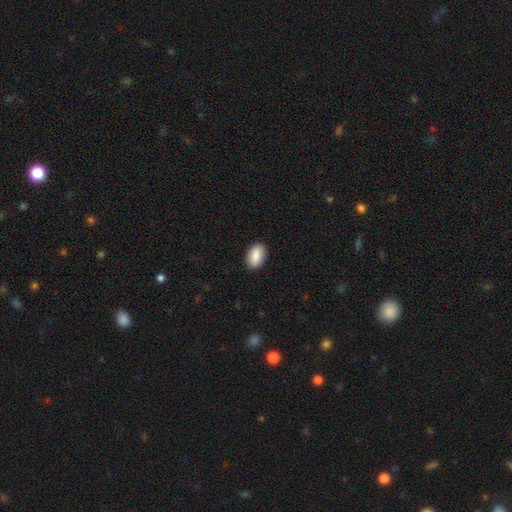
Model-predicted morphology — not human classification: type=smooth (89%); roundness=in between (92%); merging=none (89%).